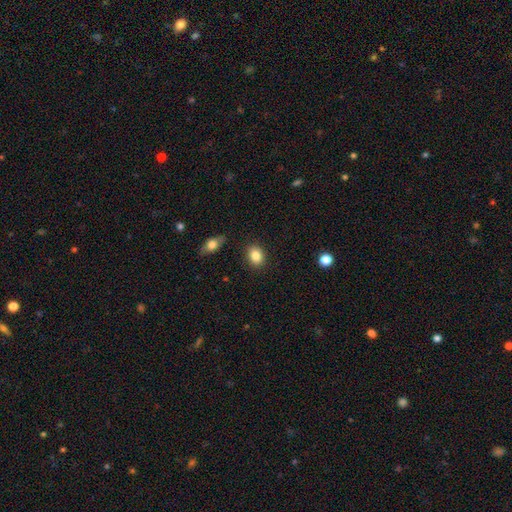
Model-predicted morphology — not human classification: Overall: smooth (85%). How rounded: in between (61%; round 38%). Merging: none (87%).